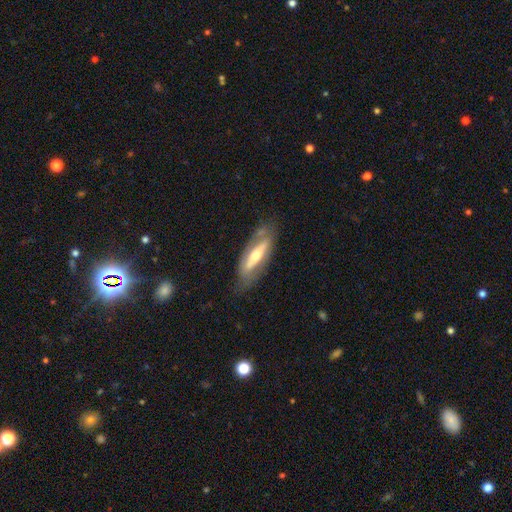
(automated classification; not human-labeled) A featured or disk galaxy (67%). Merging: none (70%).